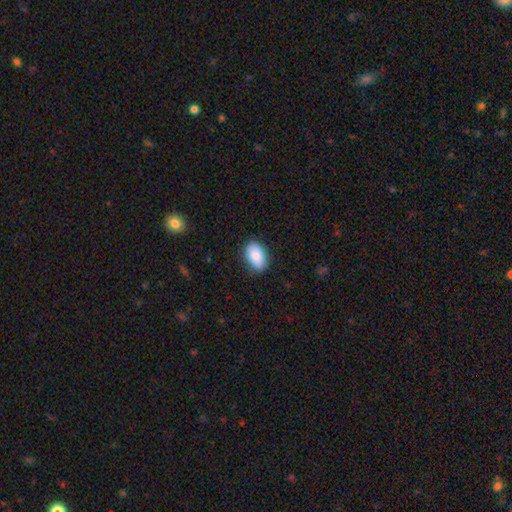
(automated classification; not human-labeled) Smooth or featured: smooth — 88% (star or artifact — 6%)
How rounded: in between — 92% (round — 7%)
Merging: none — 83% (minor disturbance — 14%)